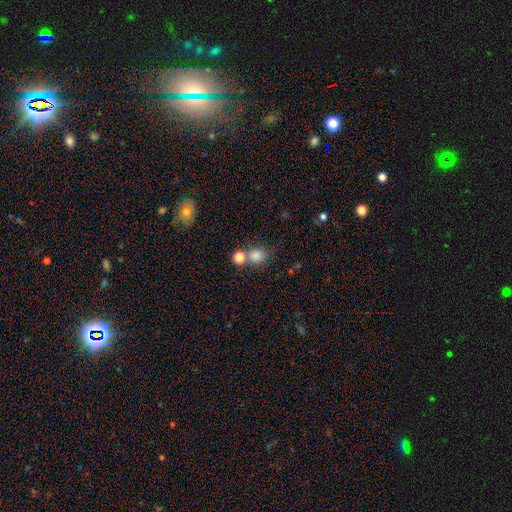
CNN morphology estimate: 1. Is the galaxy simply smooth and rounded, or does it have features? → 81% smooth, 13% star or artifact, 6% featured or disk.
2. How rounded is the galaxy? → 79% round, 20% in between, 1% cigar-shaped.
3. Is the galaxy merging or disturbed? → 60% none, 26% merger, 10% minor disturbance, 4% major disturbance.